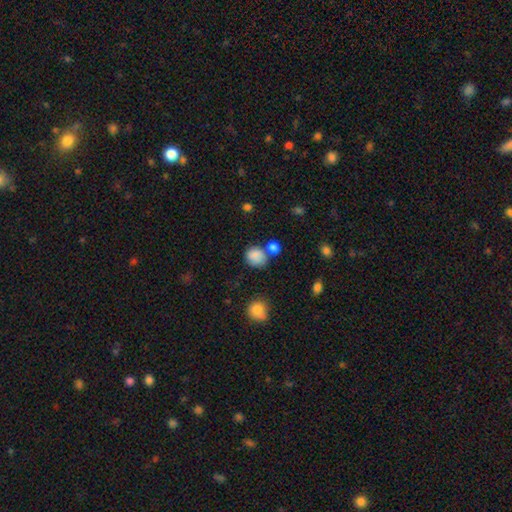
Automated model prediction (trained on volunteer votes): smooth-or-featured: smooth: 82% | star or artifact: 10% | featured or disk: 7%
  how-rounded: round: 76% | in between: 23% | cigar-shaped: 1%
  merging: none: 60% | minor disturbance: 18% | merger: 16% | major disturbance: 6%